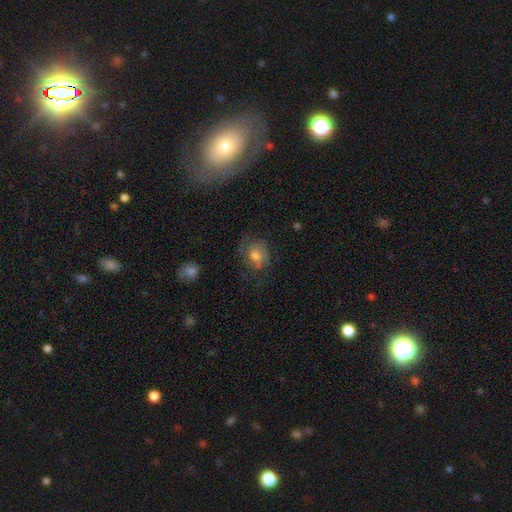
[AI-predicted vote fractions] Smooth or featured? Predicted: featured or disk (p=0.50). Merging? Predicted: none (p=0.59).